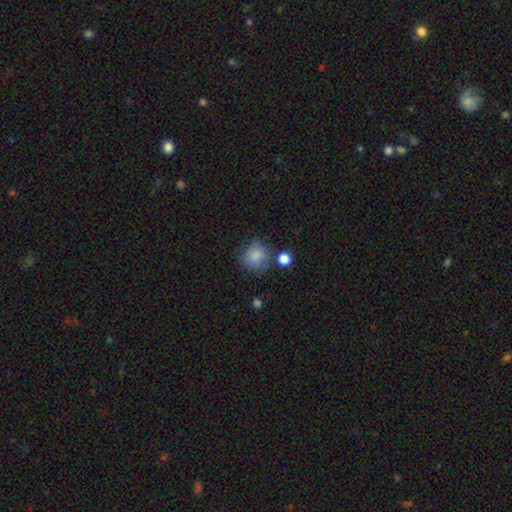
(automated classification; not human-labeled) Overall: smooth (83%). How rounded: round (88%). Merging: none (68%).